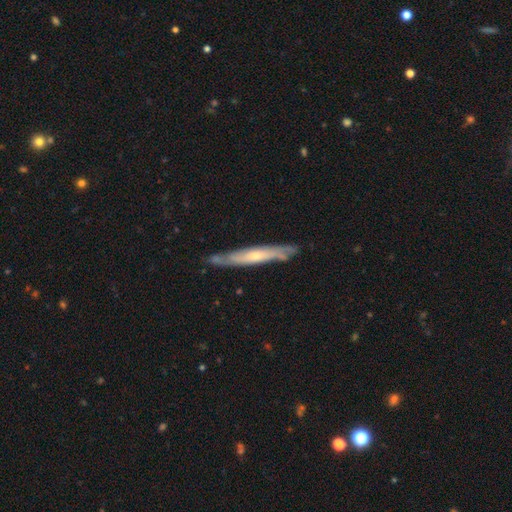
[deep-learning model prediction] smooth-or-featured: featured or disk: 66% | smooth: 29% | star or artifact: 5%
  disk-edge-on: yes: 77% | no: 23%
    edge-on-bulge: rounded: 54% | none: 42% | boxy: 4%
  merging: none: 78% | minor disturbance: 17% | major disturbance: 3% | merger: 3%